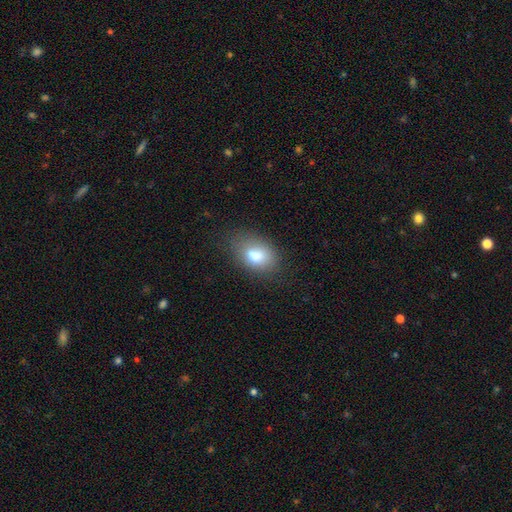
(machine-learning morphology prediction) smooth_or_featured: smooth (p=0.79) [alt: featured or disk p=0.12]
how_rounded: in between (p=0.83) [alt: round p=0.15]
merging: none (p=0.62) [alt: minor disturbance p=0.23]